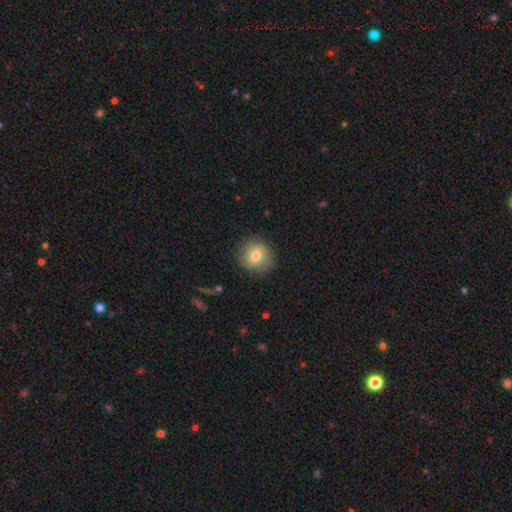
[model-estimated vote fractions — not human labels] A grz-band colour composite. It shows a smooth galaxy with no disk features (72%) that is round (81%). Merging: none (80%).